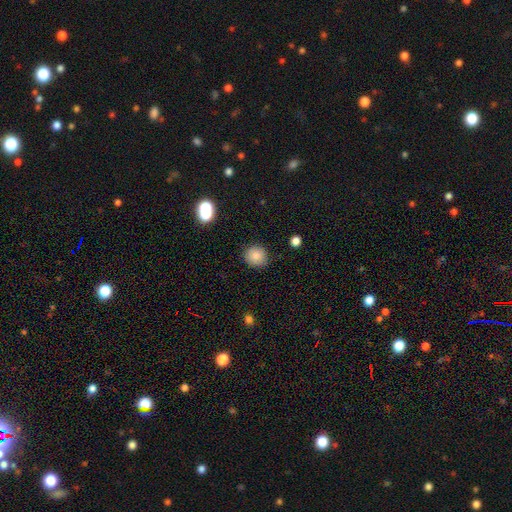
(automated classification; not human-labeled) The model was most divided on "smooth or featured": smooth: 84%, star or artifact: 10%, featured or disk: 6%. More confident: how rounded — round (87%); merging — none (85%).